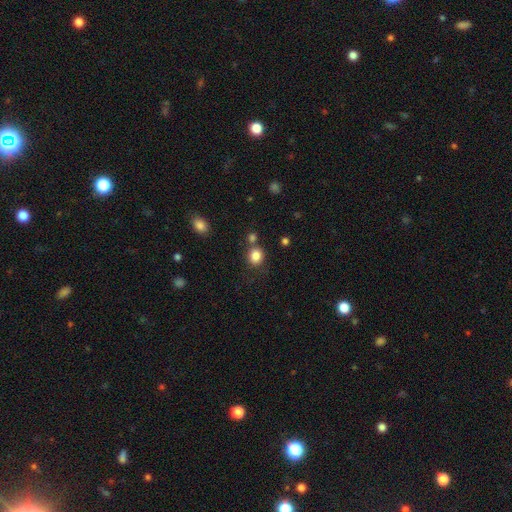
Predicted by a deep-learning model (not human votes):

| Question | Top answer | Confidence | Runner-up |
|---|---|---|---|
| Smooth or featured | smooth | 84% | star or artifact (11%) |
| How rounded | round | 76% | in between (23%) |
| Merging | none | 69% | merger (15%) |